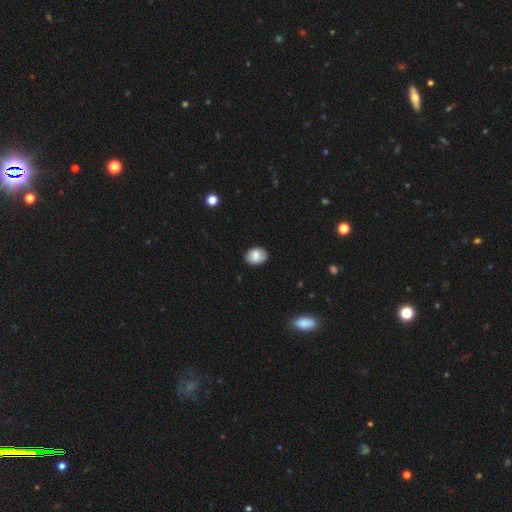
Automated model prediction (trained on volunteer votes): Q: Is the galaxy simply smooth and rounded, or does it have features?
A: smooth — 80%.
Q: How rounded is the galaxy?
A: in between — 66%.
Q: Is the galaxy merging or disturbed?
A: none — 82%.